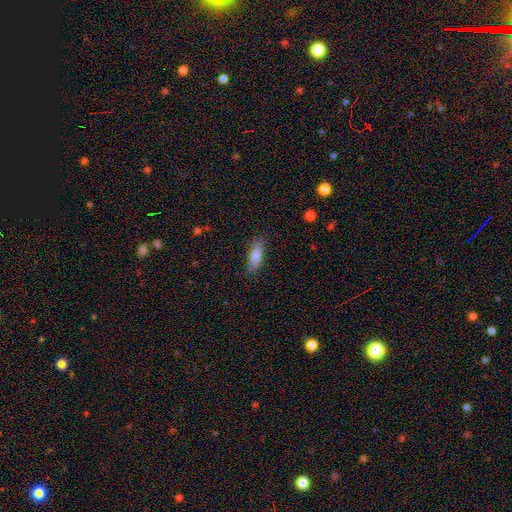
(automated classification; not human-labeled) smooth-or-featured: smooth: 81% | featured or disk: 12% | star or artifact: 7%
  how-rounded: in between: 59% | cigar-shaped: 38% | round: 2%
  merging: none: 79% | minor disturbance: 16% | major disturbance: 4% | merger: 1%